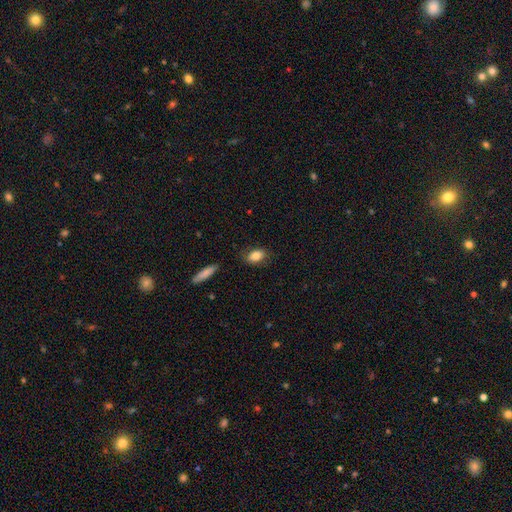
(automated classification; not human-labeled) Q: Smooth or featured?
A: smooth (83%); runner-up: featured or disk (9%)
Q: How rounded?
A: in between (85%); runner-up: round (12%)
Q: Merging?
A: none (82%); runner-up: minor disturbance (14%)